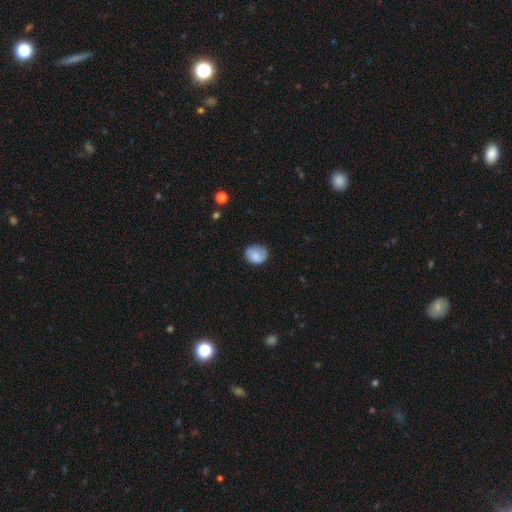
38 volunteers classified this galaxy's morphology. smooth_or_featured: smooth (p=0.76) [alt: featured or disk p=0.21]
how_rounded: round (p=0.72) [alt: in between p=0.28]
merging: none (p=0.68) [alt: minor disturbance p=0.19]